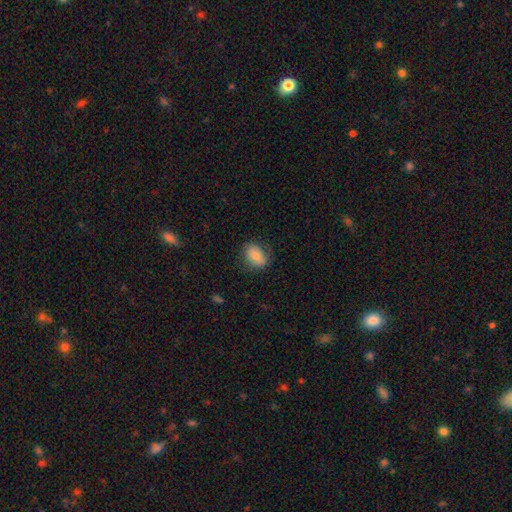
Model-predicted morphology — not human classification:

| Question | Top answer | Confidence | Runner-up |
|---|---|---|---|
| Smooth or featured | smooth | 79% | featured or disk (13%) |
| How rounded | in between | 70% | round (28%) |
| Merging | none | 73% | minor disturbance (20%) |